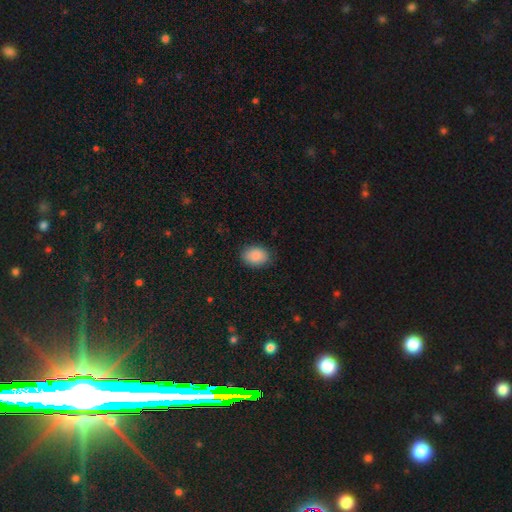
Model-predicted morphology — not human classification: A smooth galaxy with no disk features (89%) that is in between round and cigar-shaped (75%). Merging: none (86%).